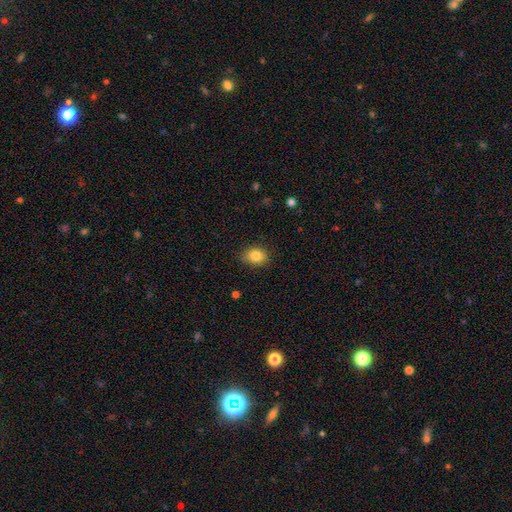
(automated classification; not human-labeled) This appears to be a smooth galaxy with no disk features (85%) that is in between round and cigar-shaped (59%). Merging: none (85%).